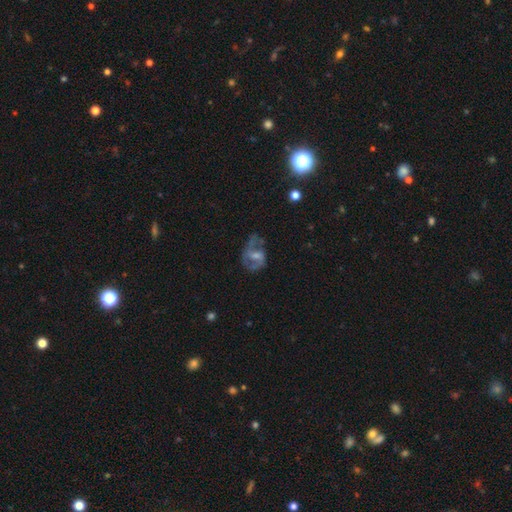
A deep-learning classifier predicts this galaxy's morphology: Q: Smooth or featured?
A: featured or disk (66%); runner-up: smooth (21%)
Q: Edge-on disk?
A: no (96%); runner-up: yes (4%)
Q: Bar?
A: weak (45%); runner-up: no (38%)
Q: Spiral arms?
A: yes (70%); runner-up: no (30%)
Q: Bulge size?
A: small (41%); runner-up: moderate (39%)
Q: Merging?
A: none (52%); runner-up: major disturbance (22%)